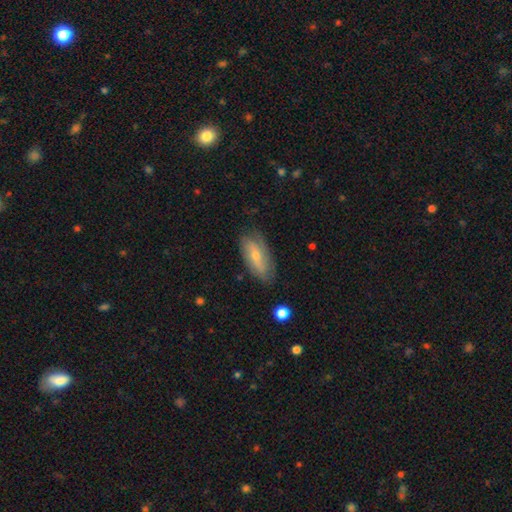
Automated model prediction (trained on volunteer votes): smooth-or-featured: featured or disk: 48% | smooth: 45% | star or artifact: 8%
  merging: none: 75% | minor disturbance: 19% | major disturbance: 4% | merger: 1%